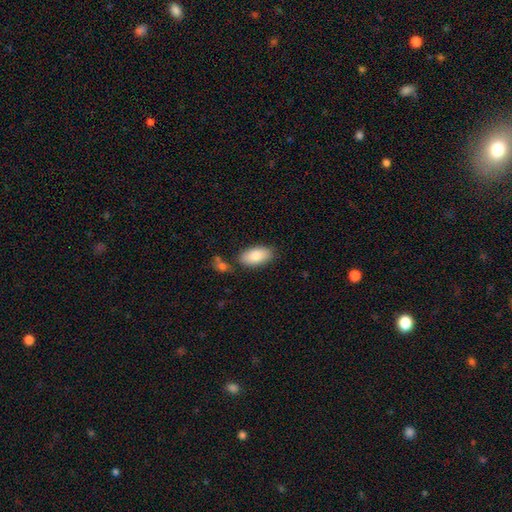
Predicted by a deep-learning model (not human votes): smooth-or-featured: smooth: 83% | featured or disk: 11% | star or artifact: 6%
  how-rounded: in between: 93% | cigar-shaped: 4% | round: 3%
  merging: none: 80% | minor disturbance: 12% | merger: 5% | major disturbance: 3%